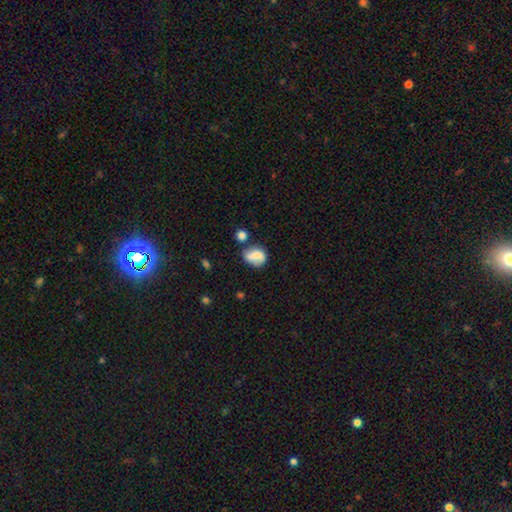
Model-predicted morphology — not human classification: Q: Smooth or featured?
A: smooth (56%); runner-up: featured or disk (35%)
Q: How rounded?
A: in between (50%); runner-up: round (49%)
Q: Merging?
A: none (54%); runner-up: minor disturbance (24%)